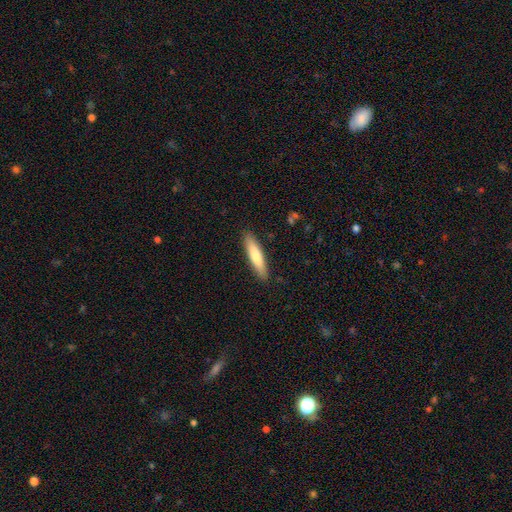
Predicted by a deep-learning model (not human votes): Morphology: type=smooth (72%); roundness=cigar-shaped (85%); merging=none (90%).